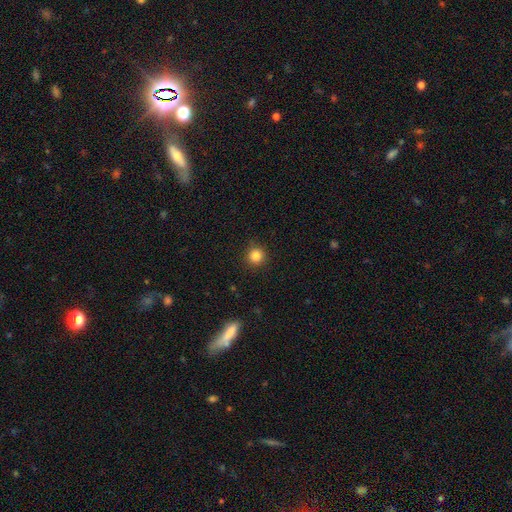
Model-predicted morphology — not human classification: smooth 85%, star or artifact 11%, featured or disk 4%. Down the decision tree: how rounded — round (94%); merging — none (90%).